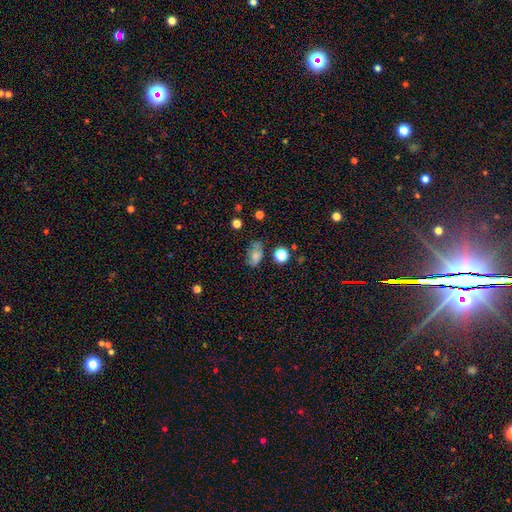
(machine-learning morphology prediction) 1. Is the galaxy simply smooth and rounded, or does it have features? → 74% smooth, 13% featured or disk, 13% star or artifact.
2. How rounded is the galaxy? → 85% in between, 12% round, 3% cigar-shaped.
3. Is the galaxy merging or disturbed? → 57% none, 29% minor disturbance, 11% major disturbance, 4% merger.